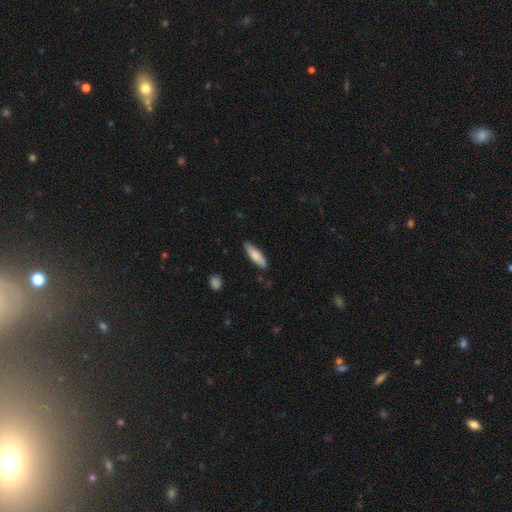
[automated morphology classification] Smooth or featured?
  - smooth: 81% *
  - featured or disk: 14%
  - star or artifact: 6%
How rounded?
  - cigar-shaped: 62% *
  - in between: 36%
  - round: 2%
Merging?
  - none: 84% *
  - minor disturbance: 12%
  - major disturbance: 2%
  - merger: 1%